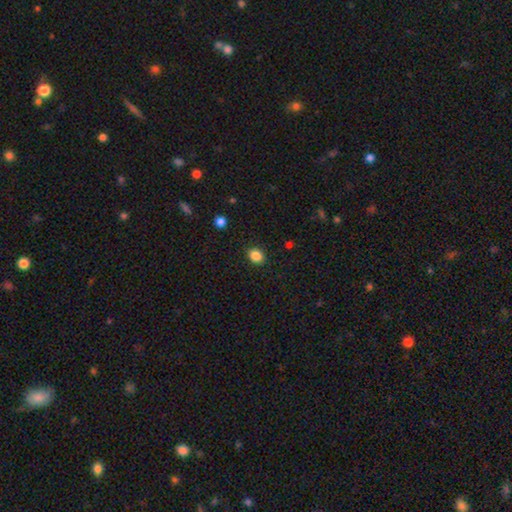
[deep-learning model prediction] Overall: smooth (86%). How rounded: in between (58%; round 42%). Merging: none (89%).